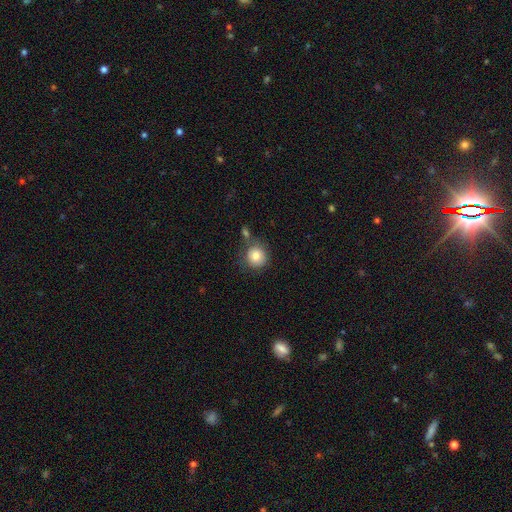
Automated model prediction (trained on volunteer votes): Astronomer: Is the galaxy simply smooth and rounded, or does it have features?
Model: smooth — 82%.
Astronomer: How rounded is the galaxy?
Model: round — 91%.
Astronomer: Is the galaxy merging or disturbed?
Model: none — 67%.